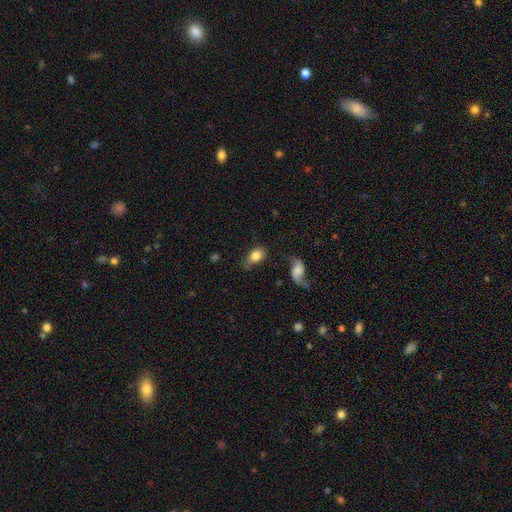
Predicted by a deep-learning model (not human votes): smooth-or-featured: smooth: 77% | featured or disk: 16% | star or artifact: 7%
  how-rounded: in between: 84% | round: 13% | cigar-shaped: 3%
  merging: none: 57% | minor disturbance: 28% | major disturbance: 11% | merger: 5%